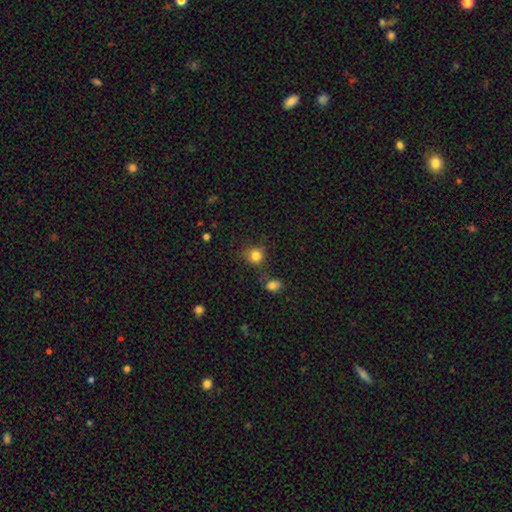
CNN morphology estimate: A smooth galaxy with no disk features (82%) that is round (83%). Merging: none (72%).